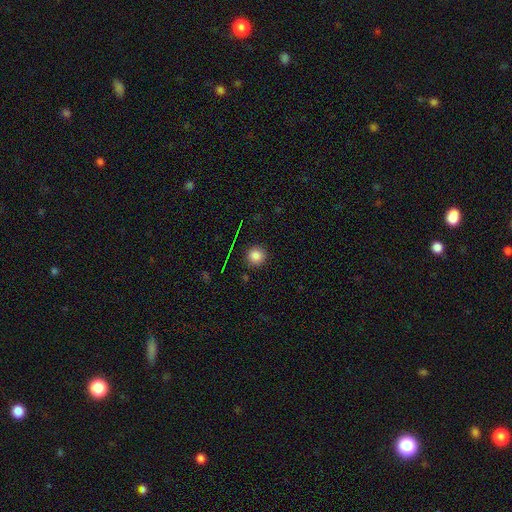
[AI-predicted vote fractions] Smooth or featured: smooth — 83% (star or artifact — 13%)
How rounded: round — 94% (in between — 5%)
Merging: none — 91% (minor disturbance — 6%)